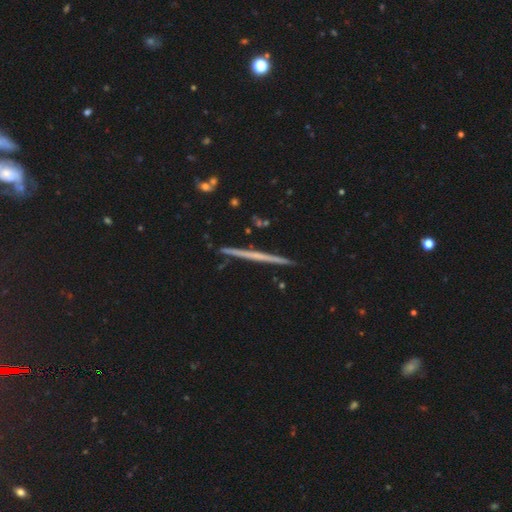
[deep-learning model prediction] The model was most divided on "smooth or featured": featured or disk: 68%, smooth: 26%, star or artifact: 7%. More confident: edge-on disk — yes (98%); merging — none (92%); edge-on bulge — none (75%).